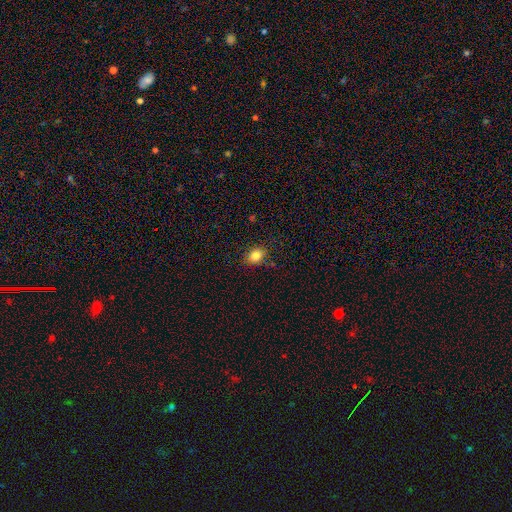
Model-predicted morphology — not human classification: smooth-or-featured: smooth: 84% | star or artifact: 10% | featured or disk: 6%
  how-rounded: in between: 58% | round: 40% | cigar-shaped: 1%
  merging: none: 85% | minor disturbance: 11% | major disturbance: 3% | merger: 2%